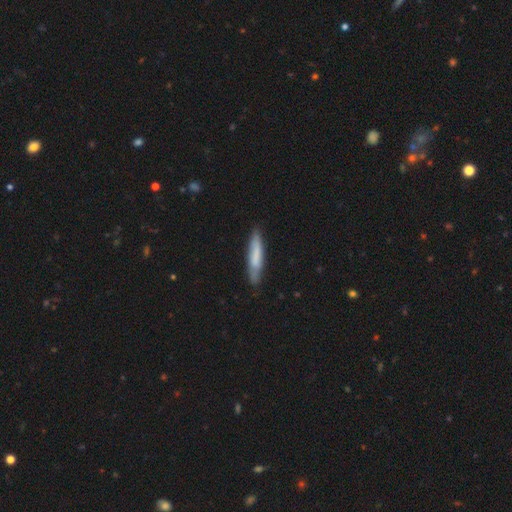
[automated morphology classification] A smooth galaxy with no disk features (67%) that is cigar-shaped (89%). Merging: none (81%).